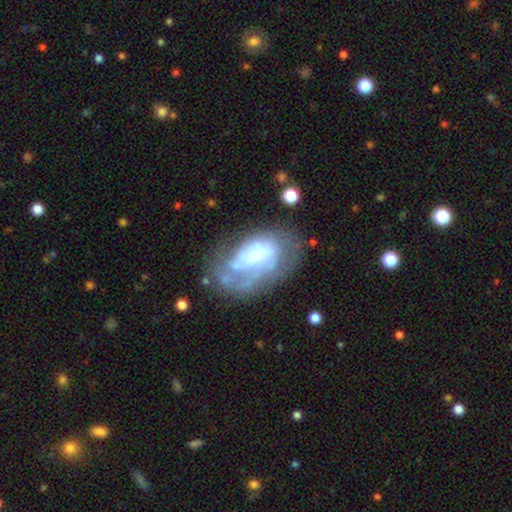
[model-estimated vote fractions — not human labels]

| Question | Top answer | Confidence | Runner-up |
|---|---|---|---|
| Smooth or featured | featured or disk | 63% | smooth (29%) |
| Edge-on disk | no | 97% | yes (3%) |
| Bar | no | 77% | weak (18%) |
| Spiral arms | yes | 57% | no (43%) |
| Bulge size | none | 33% | tied: small (33%) |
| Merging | none | 43% | major disturbance (27%) |